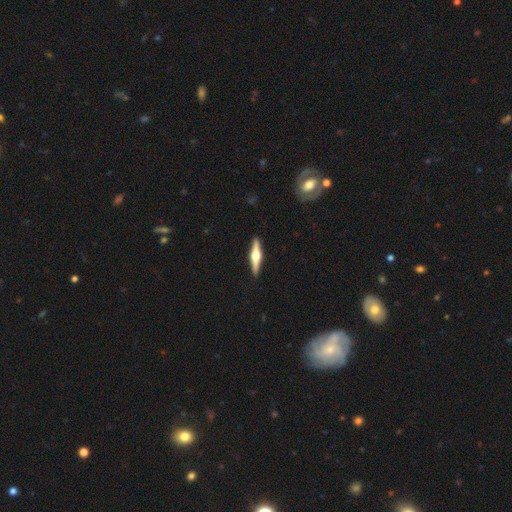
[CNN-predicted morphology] A featured or disk galaxy (72%) viewed edge-on (98%) with a rounded central bulge (95%). Merging: none (92%).